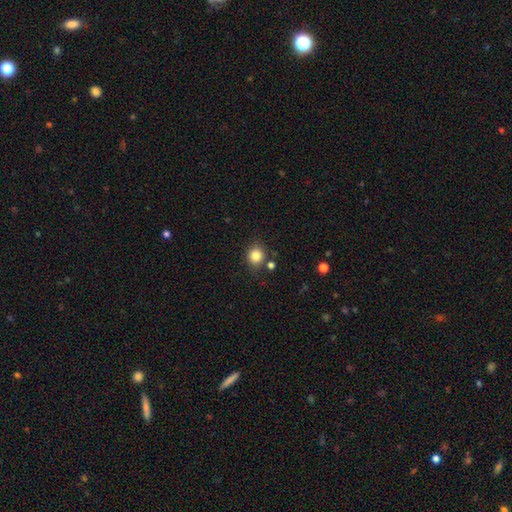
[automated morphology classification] smooth 84%, star or artifact 11%, featured or disk 5%. Down the decision tree: how rounded — round (80%); merging — none (80%).